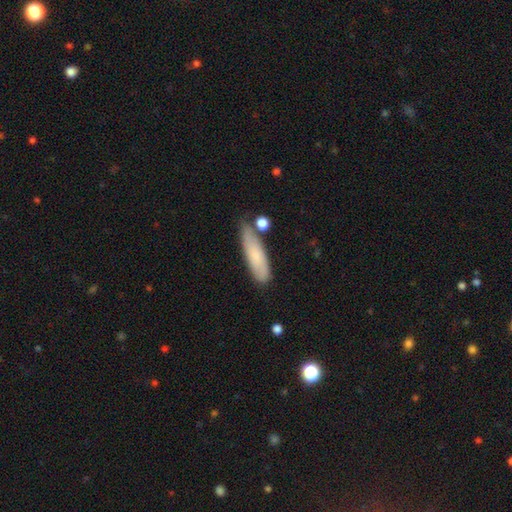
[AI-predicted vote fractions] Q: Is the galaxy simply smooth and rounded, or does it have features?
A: smooth — 73%.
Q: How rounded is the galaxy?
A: cigar-shaped — 60%.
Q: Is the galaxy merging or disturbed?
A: none — 64%.